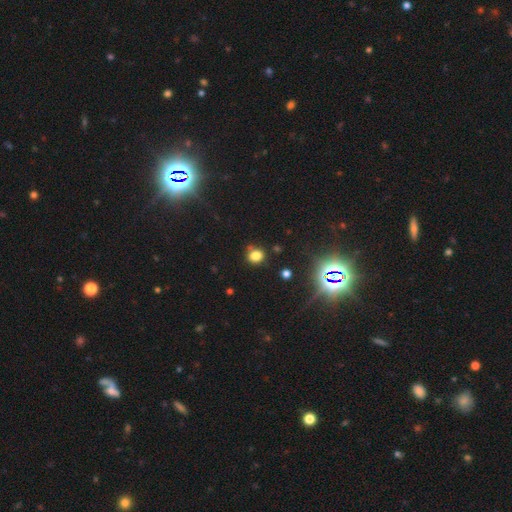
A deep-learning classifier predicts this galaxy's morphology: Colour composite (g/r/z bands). It shows a smooth galaxy with no disk features (75%) that is round (70%). Merging: none (71%).